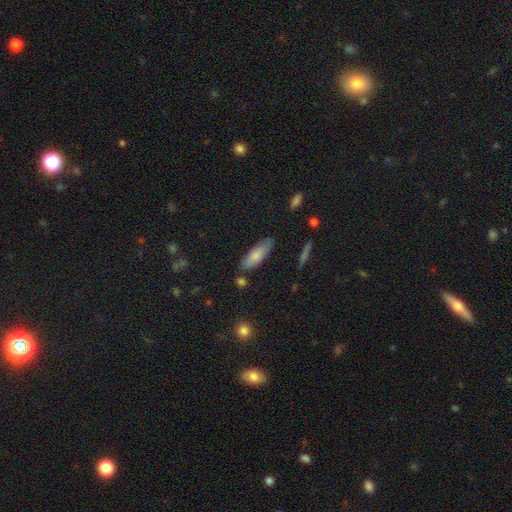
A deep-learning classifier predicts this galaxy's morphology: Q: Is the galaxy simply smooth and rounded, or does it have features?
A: smooth — 79%.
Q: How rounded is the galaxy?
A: in between — 58%.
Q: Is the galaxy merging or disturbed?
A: none — 76%.